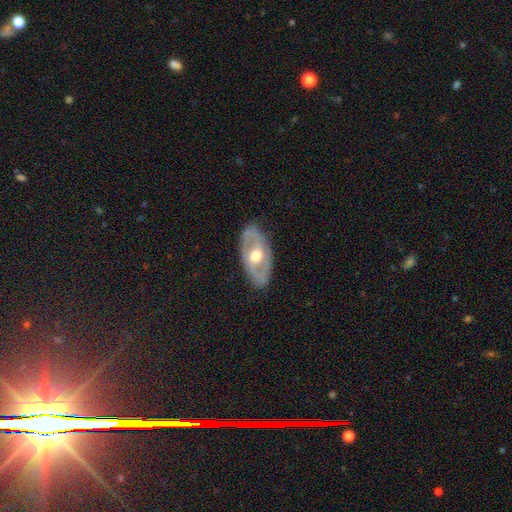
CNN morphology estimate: Smooth or featured: featured or disk — 71% (smooth — 24%)
Edge-on disk: no — 89% (yes — 11%)
Bar: no — 59% (weak — 30%)
Spiral arms: yes — 55% (no — 45%)
Bulge size: moderate — 73% (large — 15%)
Merging: none — 84% (minor disturbance — 12%)